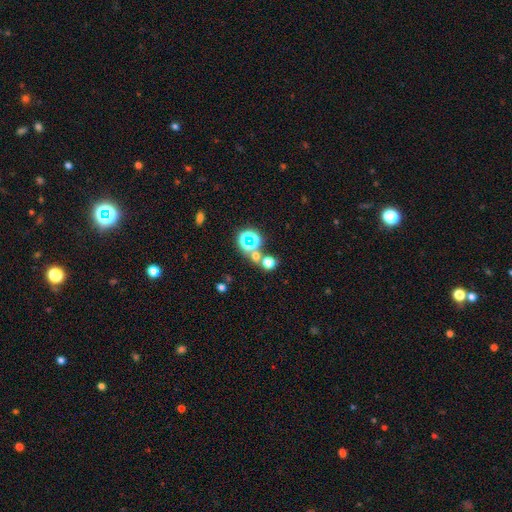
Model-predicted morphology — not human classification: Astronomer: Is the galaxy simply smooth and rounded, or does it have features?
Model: smooth — 54% (runner-up: star or artifact, 38%).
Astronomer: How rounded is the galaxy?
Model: round — 84%.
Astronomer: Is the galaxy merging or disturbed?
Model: none — 66%.